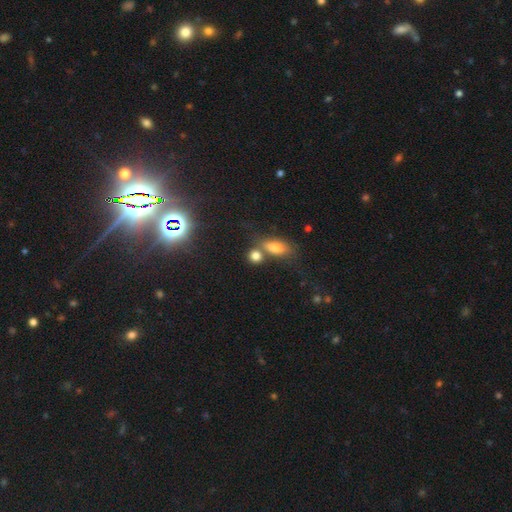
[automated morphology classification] smooth_or_featured: smooth (p=0.78) [alt: star or artifact p=0.14]
how_rounded: round (p=0.58) [alt: in between p=0.37]
merging: none (p=0.55) [alt: merger p=0.29]